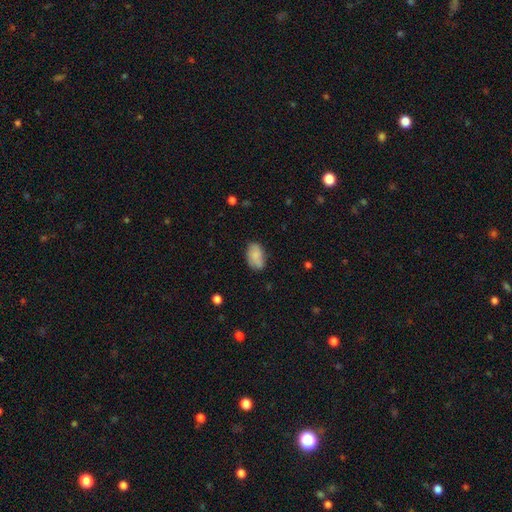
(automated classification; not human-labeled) Morphology: type=smooth (78%); roundness=in between (90%); merging=none (69%).